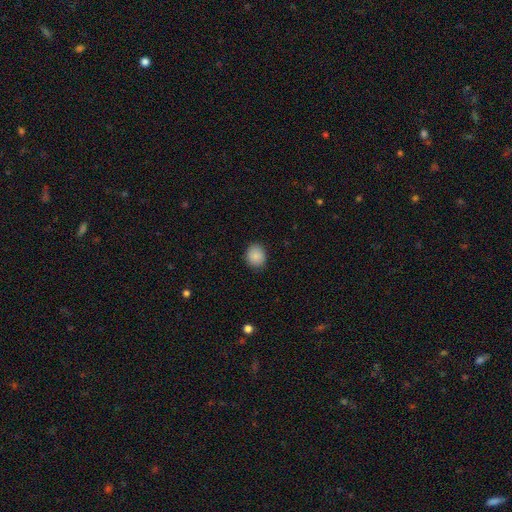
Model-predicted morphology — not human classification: Smooth or featured? Predicted: smooth (p=0.88). How rounded? Predicted: round (p=0.75). Merging? Predicted: none (p=0.88).